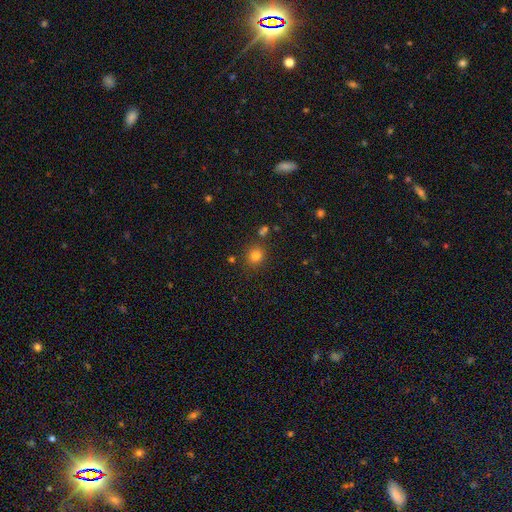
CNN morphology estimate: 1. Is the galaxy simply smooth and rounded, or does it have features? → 79% smooth, 14% star or artifact, 6% featured or disk.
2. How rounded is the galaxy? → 85% round, 14% in between, 1% cigar-shaped.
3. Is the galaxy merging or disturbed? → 83% none, 9% minor disturbance, 5% merger, 3% major disturbance.